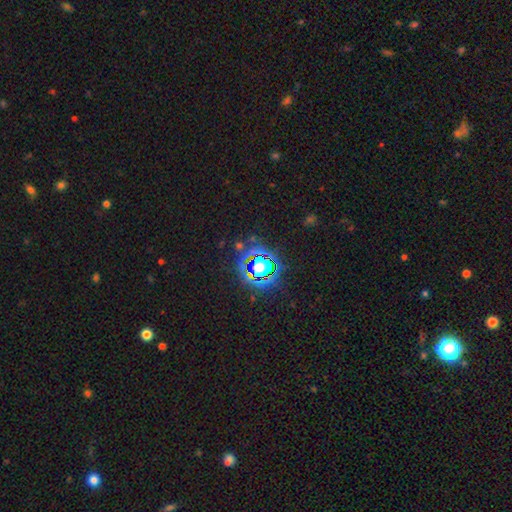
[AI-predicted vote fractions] A star or artifact, not a galaxy (80%).